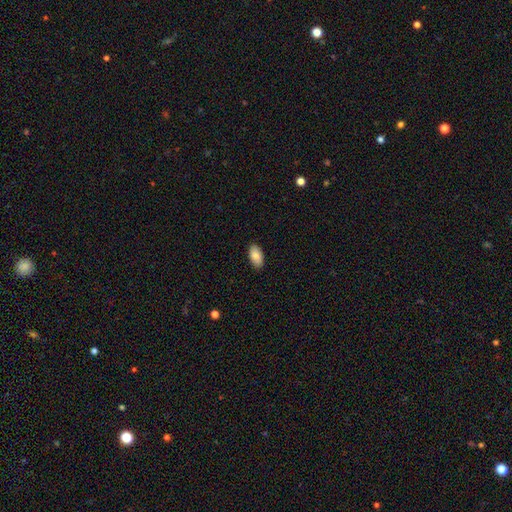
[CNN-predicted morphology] Smooth or featured: smooth — 85% (featured or disk — 9%)
How rounded: in between — 95% (round — 3%)
Merging: none — 90% (minor disturbance — 8%)